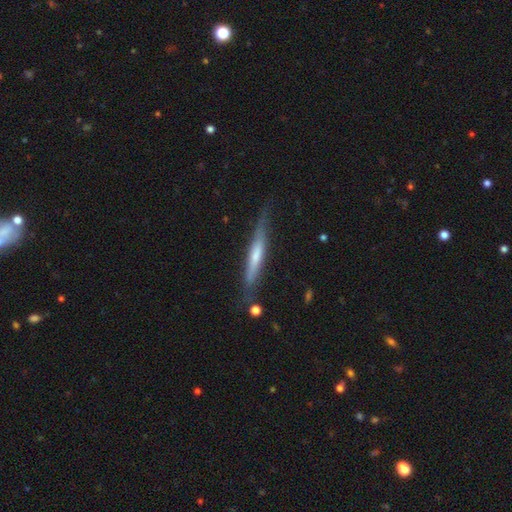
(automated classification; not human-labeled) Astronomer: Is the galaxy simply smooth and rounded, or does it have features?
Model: featured or disk — 52% (runner-up: smooth, 42%).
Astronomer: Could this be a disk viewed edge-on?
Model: yes — 90%.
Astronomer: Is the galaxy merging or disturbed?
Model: none — 70%.